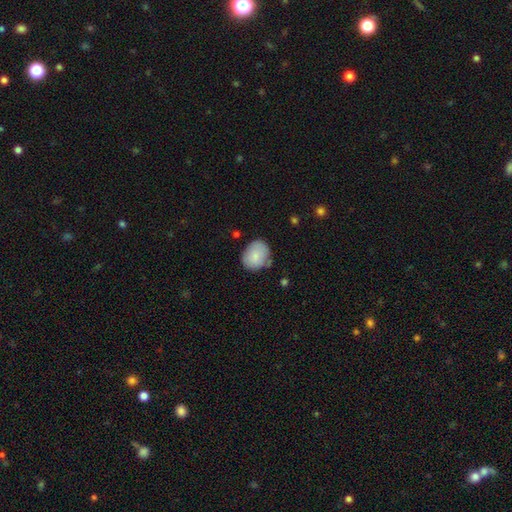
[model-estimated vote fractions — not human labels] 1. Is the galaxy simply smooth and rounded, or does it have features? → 82% smooth, 11% featured or disk, 7% star or artifact.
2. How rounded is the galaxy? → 57% round, 42% in between, 1% cigar-shaped.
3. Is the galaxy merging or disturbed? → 71% none, 21% minor disturbance, 4% major disturbance, 4% merger.